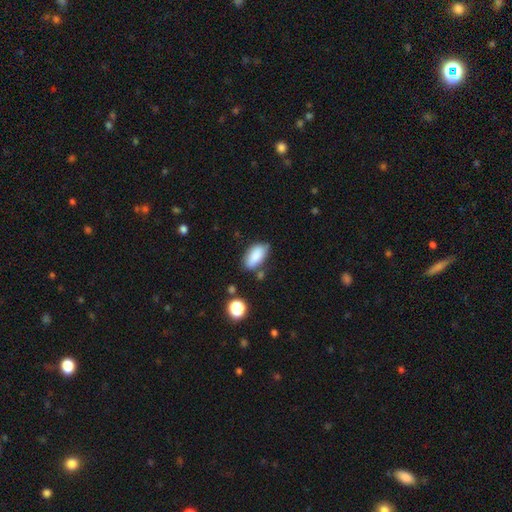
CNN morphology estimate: smooth 85%, star or artifact 8%, featured or disk 7%. Down the decision tree: how rounded — in between (91%); merging — none (70%).